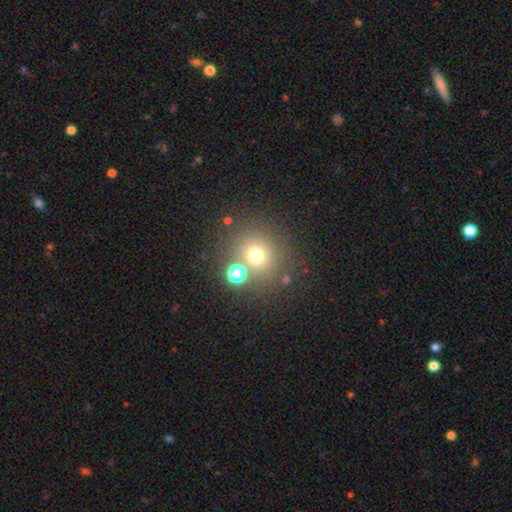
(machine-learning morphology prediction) A smooth galaxy with no disk features (68%) that is round (86%). Merging: none (74%).